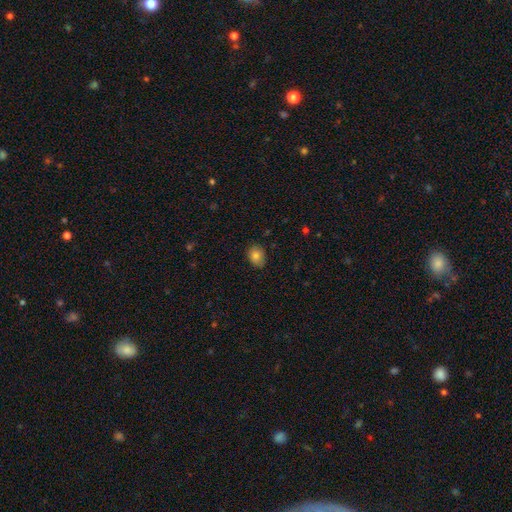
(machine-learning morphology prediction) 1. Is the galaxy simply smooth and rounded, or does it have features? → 82% smooth, 9% star or artifact, 9% featured or disk.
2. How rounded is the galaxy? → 59% in between, 40% round, 1% cigar-shaped.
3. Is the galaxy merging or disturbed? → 82% none, 15% minor disturbance, 2% major disturbance, 1% merger.